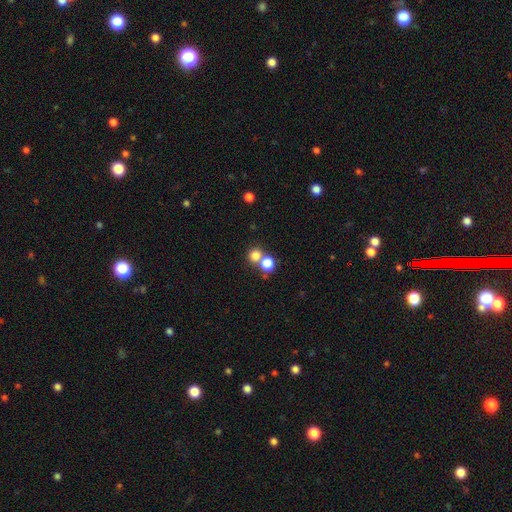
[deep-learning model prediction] Morphology: type=smooth (77%); roundness=round (83%); merging=none (54%).